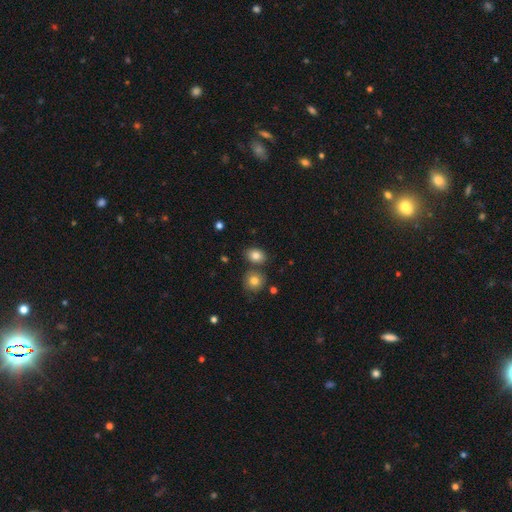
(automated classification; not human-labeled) This appears to be a smooth galaxy with no disk features (82%) that is in between round and cigar-shaped (61%). Merging: none (72%).